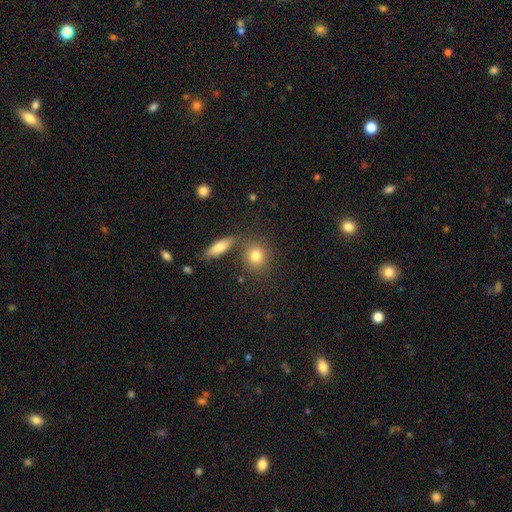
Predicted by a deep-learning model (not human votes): Smooth or featured? Predicted: smooth (p=0.79). How rounded? Predicted: round (p=0.79). Merging? Predicted: none (p=0.71).